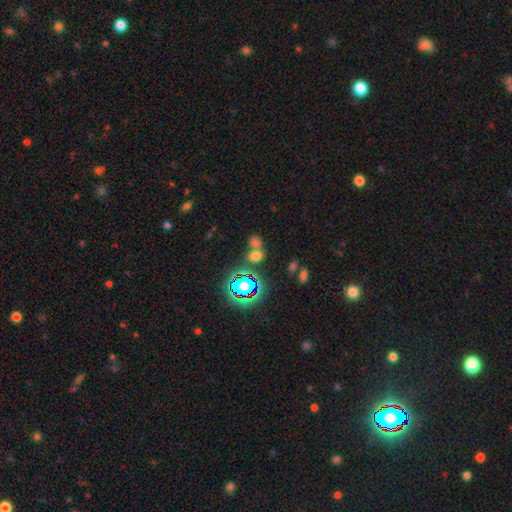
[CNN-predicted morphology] Smooth or featured? Predicted: smooth (p=0.57). How rounded? Predicted: round (p=0.65). Merging? Predicted: none (p=0.45).